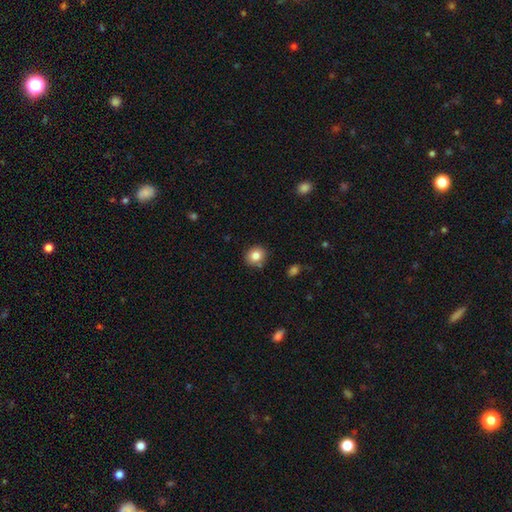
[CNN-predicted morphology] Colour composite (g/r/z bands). It shows a smooth galaxy with no disk features (82%) that is round (81%). Merging: none (84%).